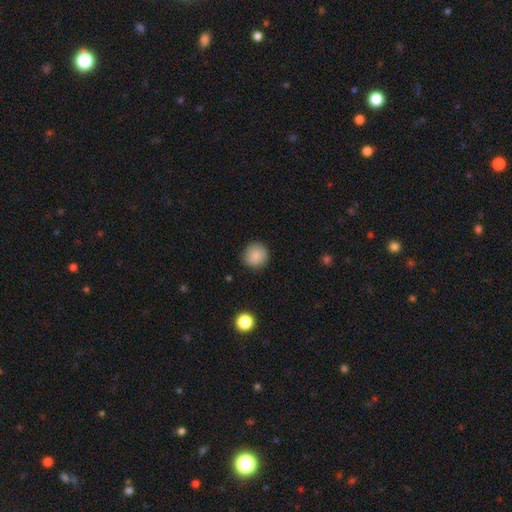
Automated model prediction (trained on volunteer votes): Morphology: type=smooth (87%); roundness=round (92%); merging=none (88%).